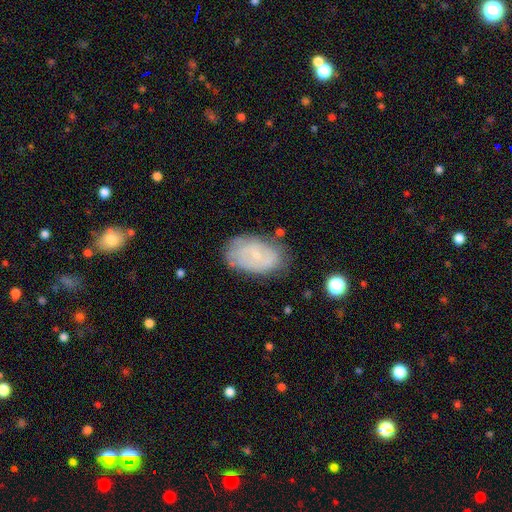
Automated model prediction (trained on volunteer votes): Q: Smooth or featured?
A: featured or disk (56%); runner-up: smooth (36%)
Q: Edge-on disk?
A: no (95%); runner-up: yes (5%)
Q: Bar?
A: no (75%); runner-up: weak (21%)
Q: Spiral arms?
A: yes (61%); runner-up: no (39%)
Q: Bulge size?
A: small (78%); runner-up: moderate (16%)
Q: Merging?
A: none (70%); runner-up: minor disturbance (22%)